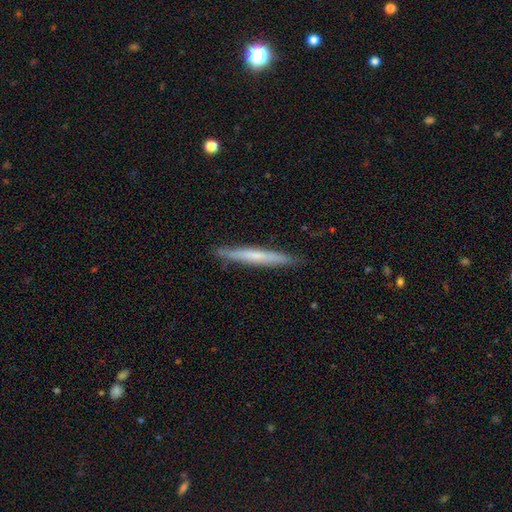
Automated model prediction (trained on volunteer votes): Smooth or featured?
  - smooth: 52% *
  - featured or disk: 43%
  - star or artifact: 6%
How rounded?
  - cigar-shaped: 96% *
  - in between: 2%
  - round: 1%
Merging?
  - none: 89% *
  - minor disturbance: 8%
  - major disturbance: 1%
  - merger: 1%